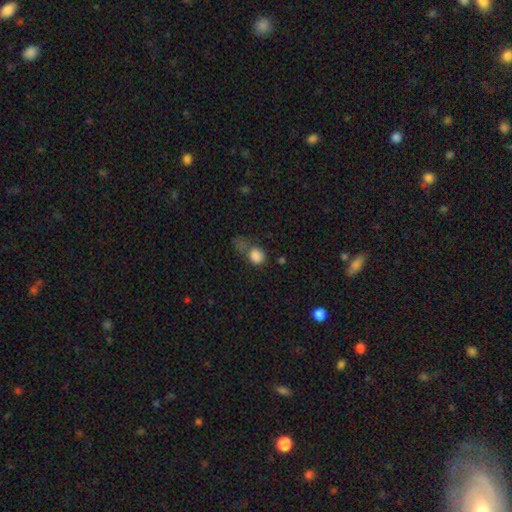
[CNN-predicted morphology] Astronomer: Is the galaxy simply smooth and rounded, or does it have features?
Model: smooth — 82%.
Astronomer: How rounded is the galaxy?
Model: round — 64%.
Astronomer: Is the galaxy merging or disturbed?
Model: none — 37% (runner-up: major disturbance, 28%).